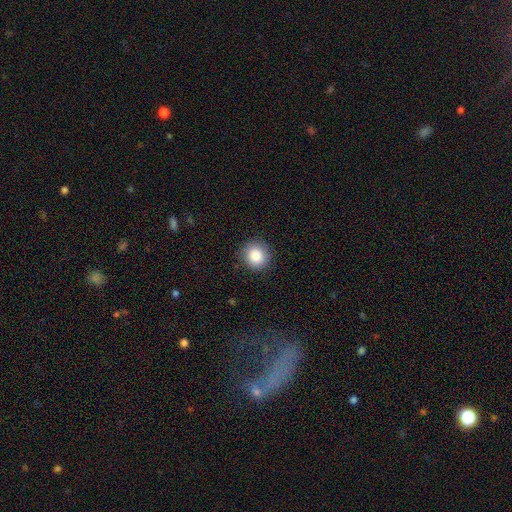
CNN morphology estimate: Smooth or featured? smooth (86%)
How rounded? round (89%)
Merging? none (87%)